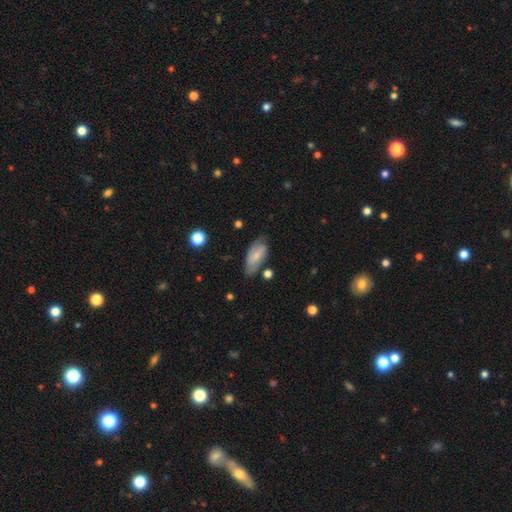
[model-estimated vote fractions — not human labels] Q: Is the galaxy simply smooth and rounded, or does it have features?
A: smooth — 58%.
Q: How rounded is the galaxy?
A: in between — 87%.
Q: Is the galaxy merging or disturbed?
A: none — 63%.